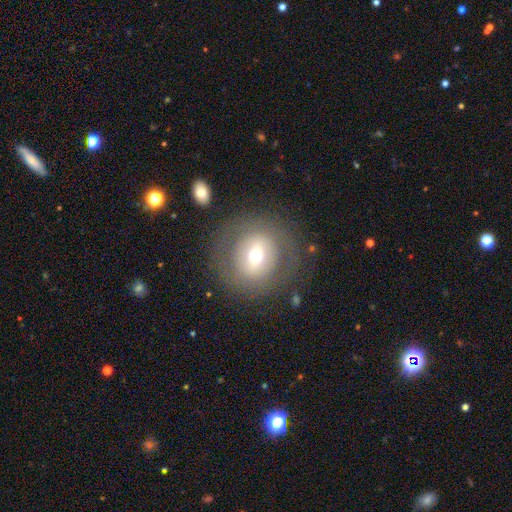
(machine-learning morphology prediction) type=smooth (51%); roundness=round (90%); merging=none (82%).